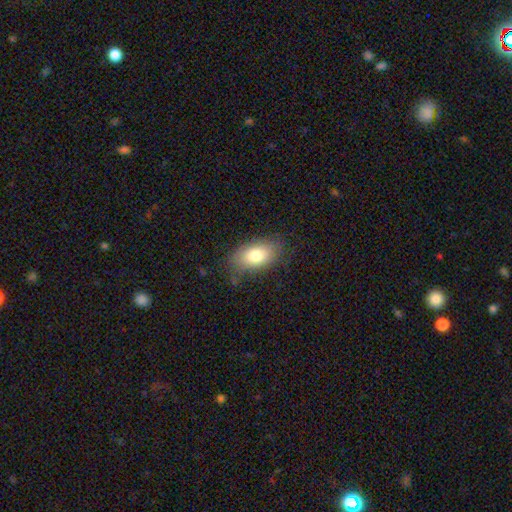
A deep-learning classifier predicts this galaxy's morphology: Smooth or featured: smooth — 79% (featured or disk — 13%)
How rounded: in between — 91% (round — 6%)
Merging: none — 77% (minor disturbance — 16%)